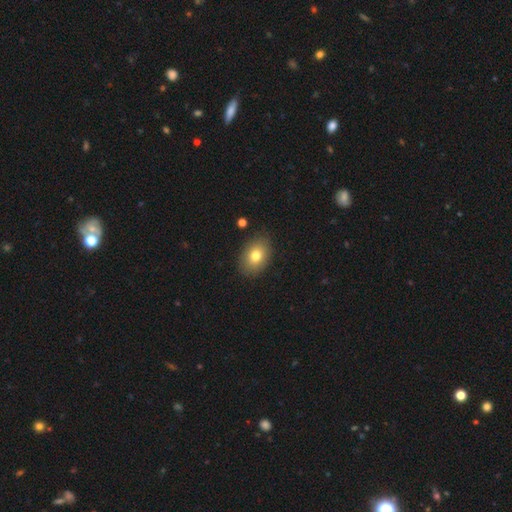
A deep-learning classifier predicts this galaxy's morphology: smooth-or-featured: smooth: 78% | featured or disk: 13% | star or artifact: 9%
  how-rounded: in between: 78% | round: 21% | cigar-shaped: 1%
  merging: none: 86% | minor disturbance: 10% | major disturbance: 2% | merger: 1%